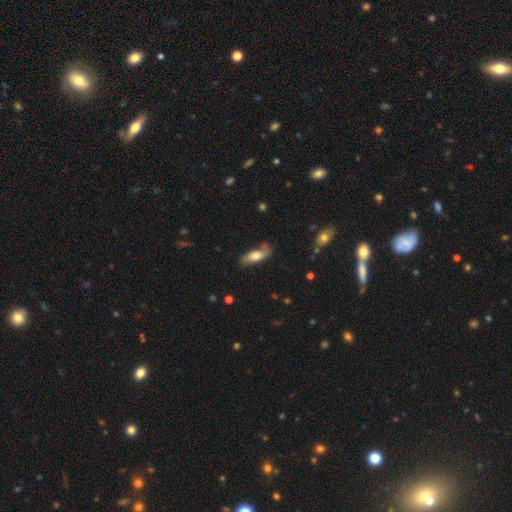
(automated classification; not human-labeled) Q: Smooth or featured?
A: smooth (60%); runner-up: featured or disk (33%)
Q: How rounded?
A: in between (63%); runner-up: cigar-shaped (34%)
Q: Merging?
A: none (64%); runner-up: minor disturbance (25%)